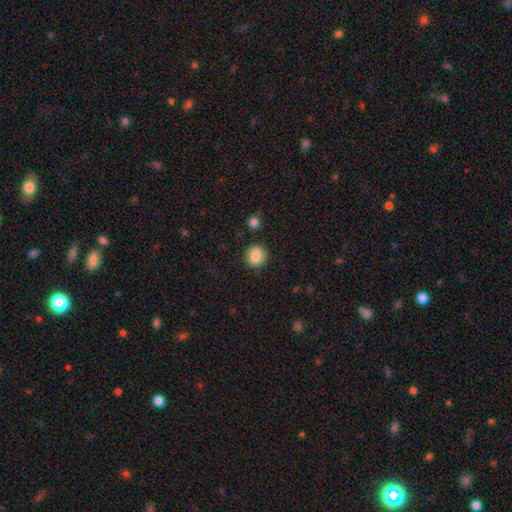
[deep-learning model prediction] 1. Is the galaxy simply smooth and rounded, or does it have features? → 85% smooth, 8% star or artifact, 7% featured or disk.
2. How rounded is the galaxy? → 65% round, 34% in between, 1% cigar-shaped.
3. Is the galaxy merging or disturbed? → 84% none, 11% minor disturbance, 3% major disturbance, 2% merger.